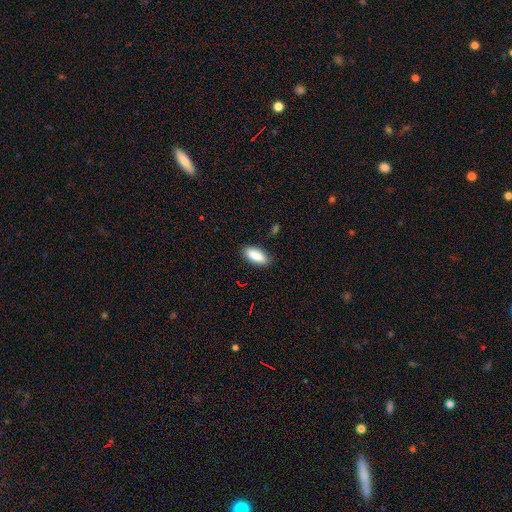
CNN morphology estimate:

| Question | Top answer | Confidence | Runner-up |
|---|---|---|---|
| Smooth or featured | smooth | 89% | star or artifact (6%) |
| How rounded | in between | 83% | cigar-shaped (15%) |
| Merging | none | 88% | minor disturbance (9%) |